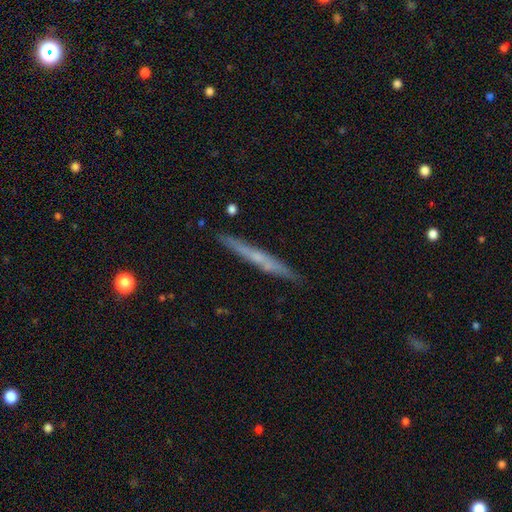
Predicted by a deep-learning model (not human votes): The model was most divided on "smooth or featured": featured or disk: 55%, smooth: 38%, star or artifact: 7%. More confident: edge-on disk — yes (96%); merging — none (89%); edge-on bulge — none (69%).